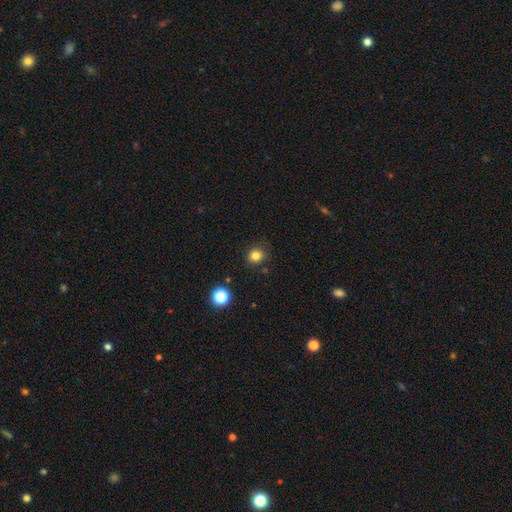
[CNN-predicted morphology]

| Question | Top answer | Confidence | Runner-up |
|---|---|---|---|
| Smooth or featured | smooth | 82% | star or artifact (13%) |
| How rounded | round | 84% | in between (15%) |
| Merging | none | 85% | minor disturbance (10%) |